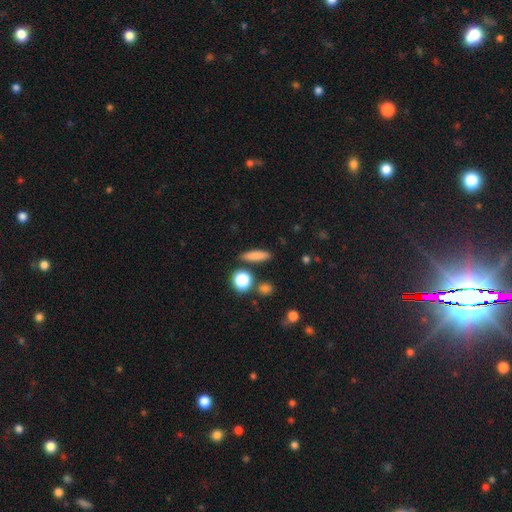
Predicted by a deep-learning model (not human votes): smooth-or-featured: smooth: 81% | star or artifact: 11% | featured or disk: 8%
  how-rounded: cigar-shaped: 58% | in between: 32% | round: 10%
  merging: none: 85% | minor disturbance: 9% | merger: 4% | major disturbance: 3%